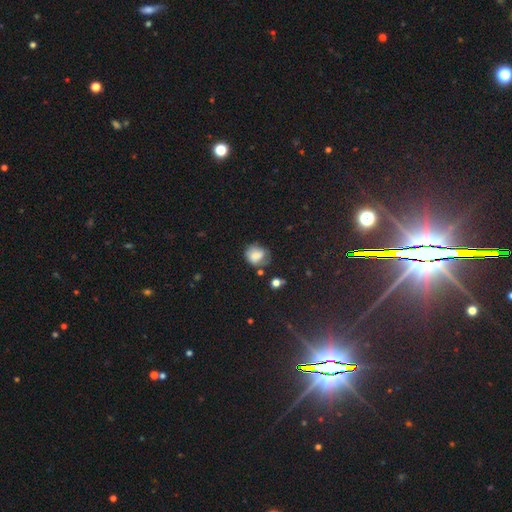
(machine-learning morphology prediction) Smooth or featured? smooth (69%)
How rounded? round (63%)
Merging? none (51%)